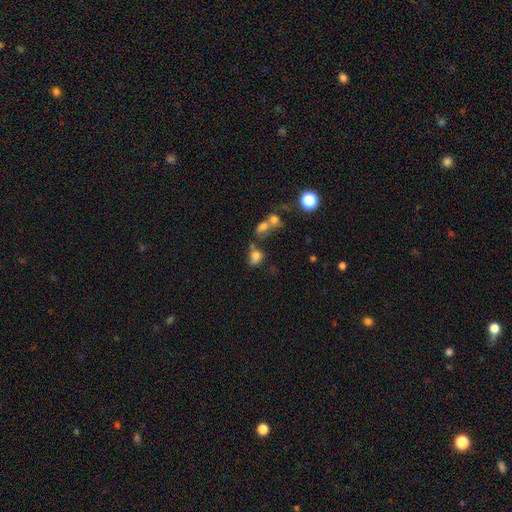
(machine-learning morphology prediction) The model was most divided on "merging": none: 38%, merger: 29%, minor disturbance: 19%, major disturbance: 13%. More confident: smooth or featured — smooth (73%); how rounded — in between (67%).